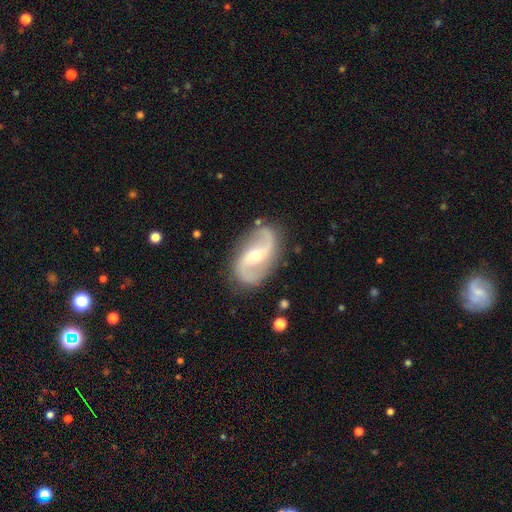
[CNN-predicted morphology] A featured or disk galaxy (89%) with no bar (42%), 2 (94%) loose (61%) spiral arms (96%) and a small central bulge (51%). Merging: none (84%).